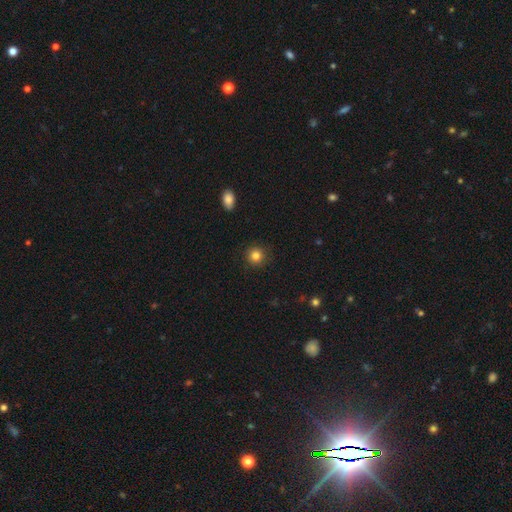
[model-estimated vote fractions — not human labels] A smooth galaxy with no disk features (84%) that is round (93%).

Vote fractions:
- Smooth or featured? smooth: 84% / star or artifact: 11% / featured or disk: 5%
- How rounded? round: 93% / in between: 6% / cigar-shaped: 1%
- Merging? none: 91% / minor disturbance: 6% / major disturbance: 2% / merger: 1%